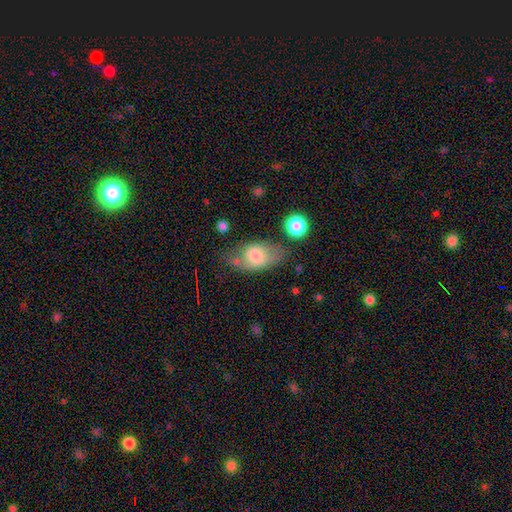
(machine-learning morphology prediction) The model was most divided on "merging": none: 47%, minor disturbance: 29%, major disturbance: 15%, merger: 9%. More confident: how rounded — in between (85%); smooth or featured — smooth (69%).